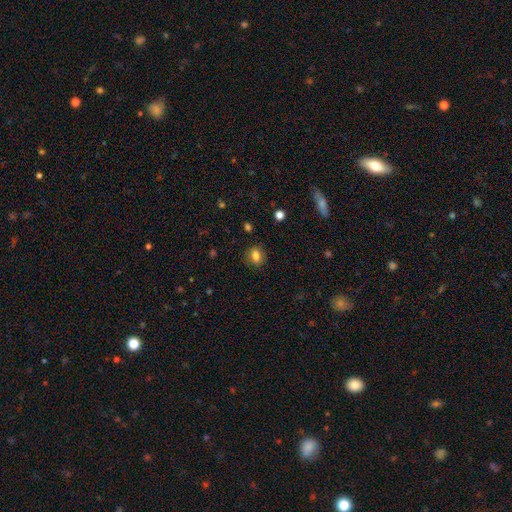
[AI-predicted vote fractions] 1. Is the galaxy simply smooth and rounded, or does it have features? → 81% smooth, 11% star or artifact, 9% featured or disk.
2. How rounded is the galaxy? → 56% in between, 43% round, 2% cigar-shaped.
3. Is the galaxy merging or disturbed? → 84% none, 11% minor disturbance, 3% major disturbance, 1% merger.